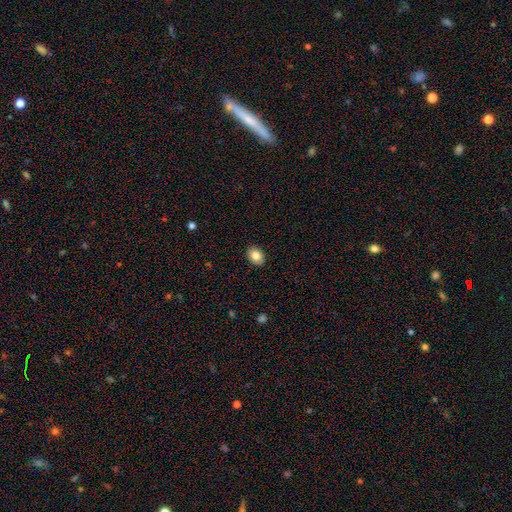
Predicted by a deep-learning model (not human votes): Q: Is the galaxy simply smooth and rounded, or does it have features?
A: smooth — 83%.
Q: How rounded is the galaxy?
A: in between — 62%.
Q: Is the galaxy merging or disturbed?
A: none — 90%.